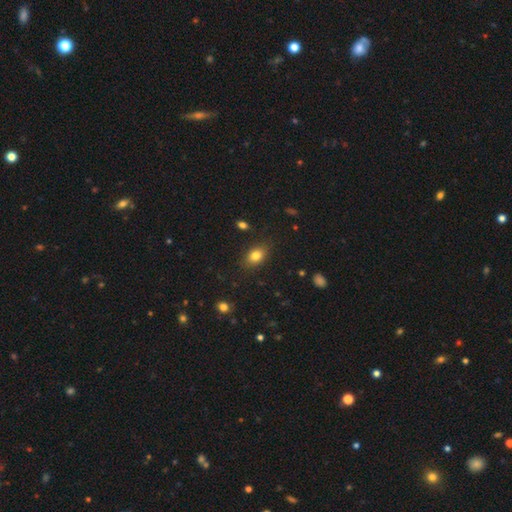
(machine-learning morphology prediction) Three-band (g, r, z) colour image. It shows a smooth galaxy with no disk features (82%) that is in between round and cigar-shaped (78%). Merging: none (85%).